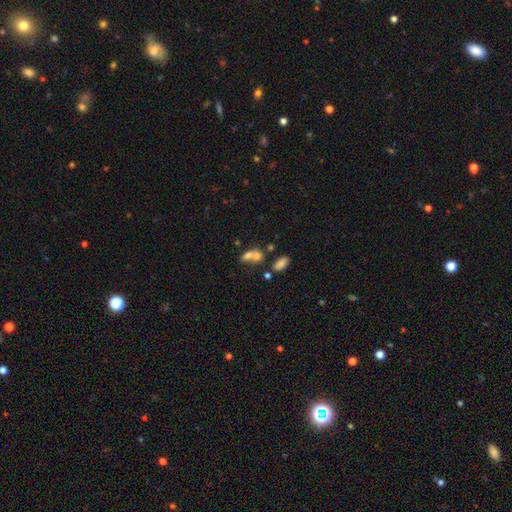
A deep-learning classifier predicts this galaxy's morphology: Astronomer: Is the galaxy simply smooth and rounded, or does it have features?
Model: smooth — 70%.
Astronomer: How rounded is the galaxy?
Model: in between — 65%.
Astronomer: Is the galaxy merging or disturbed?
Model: merger — 59%.